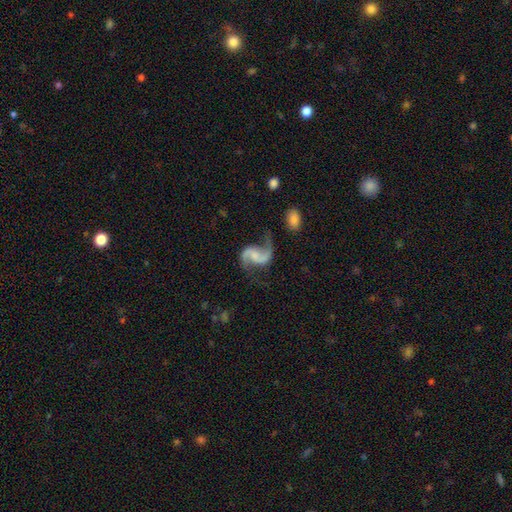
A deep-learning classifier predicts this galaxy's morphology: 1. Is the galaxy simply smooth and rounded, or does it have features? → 90% featured or disk, 5% smooth, 5% star or artifact.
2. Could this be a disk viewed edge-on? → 98% no, 2% yes.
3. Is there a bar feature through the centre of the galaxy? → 47% no, 39% weak, 13% strong.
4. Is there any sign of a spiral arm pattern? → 97% yes, 3% no.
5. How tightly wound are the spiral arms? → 66% loose, 30% medium, 5% tight.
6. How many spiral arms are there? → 93% 2, 3% 1, 1% can't tell, 1% 3, 1% 4, 1% more than 4.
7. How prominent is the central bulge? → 41% none, 31% small, 21% moderate, 5% large, 2% dominant.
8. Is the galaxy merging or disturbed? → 68% none, 17% minor disturbance, 12% major disturbance, 3% merger.